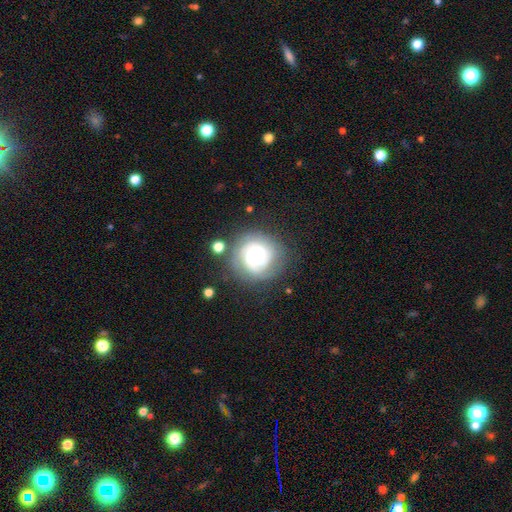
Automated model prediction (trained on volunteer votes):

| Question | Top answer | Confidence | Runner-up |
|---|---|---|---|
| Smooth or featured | featured or disk | 71% | smooth (21%) |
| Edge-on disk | no | 98% | yes (2%) |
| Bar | no | 68% | weak (26%) |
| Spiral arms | yes | 93% | no (7%) |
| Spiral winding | tight | 65% | medium (28%) |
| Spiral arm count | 2 | 32% | can't tell (27%) |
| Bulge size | moderate | 51% | small (26%) |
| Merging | none | 75% | minor disturbance (15%) |